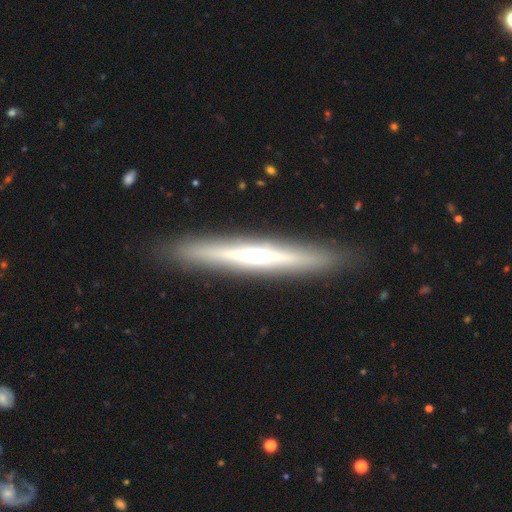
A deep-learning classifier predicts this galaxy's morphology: The model was most divided on "smooth or featured": featured or disk: 72%, smooth: 22%, star or artifact: 6%. More confident: edge-on disk — yes (94%); merging — none (91%); edge-on bulge — rounded (80%).